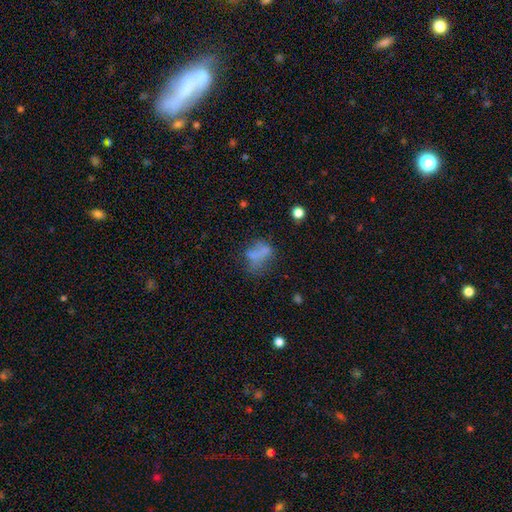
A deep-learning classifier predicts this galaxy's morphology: A smooth galaxy with no disk features (55%) that is in between round and cigar-shaped (68%). Merging: none (37%).